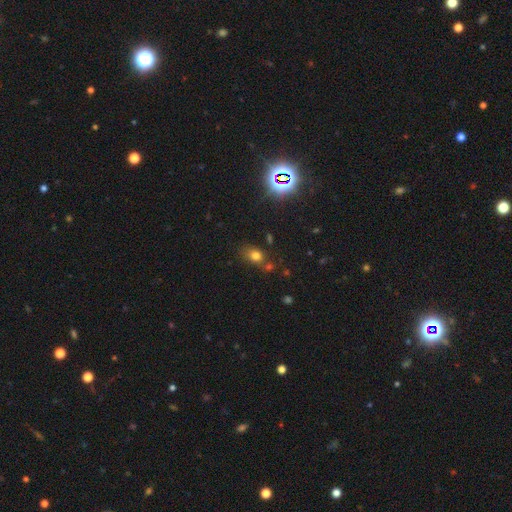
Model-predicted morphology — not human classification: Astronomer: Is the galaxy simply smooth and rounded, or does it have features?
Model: smooth — 71%.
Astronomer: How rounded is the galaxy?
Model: in between — 57% (runner-up: round, 41%).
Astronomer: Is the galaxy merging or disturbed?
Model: none — 63%.